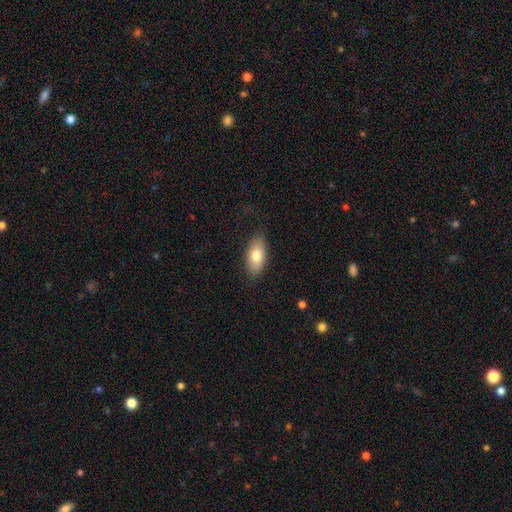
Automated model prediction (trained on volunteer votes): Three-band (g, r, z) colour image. It shows a smooth galaxy with no disk features (78%) that is in between round and cigar-shaped (90%). Merging: none (83%).